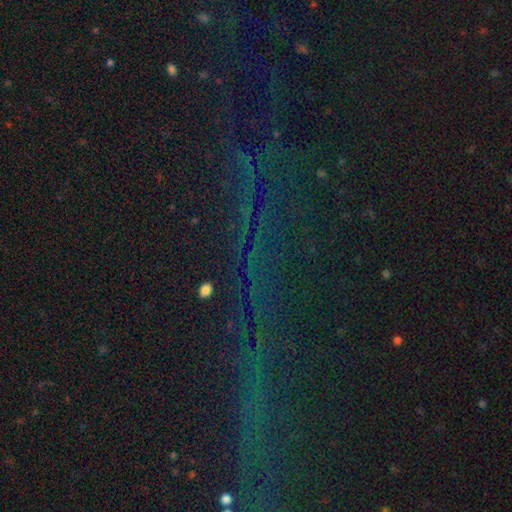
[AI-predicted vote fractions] Smooth or featured? star or artifact (80%)